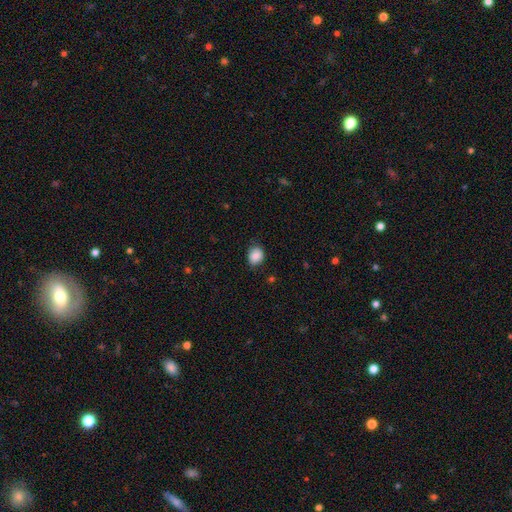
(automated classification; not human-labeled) Smooth or featured? Predicted: smooth (p=0.87). How rounded? Predicted: round (p=0.51). Merging? Predicted: none (p=0.75).